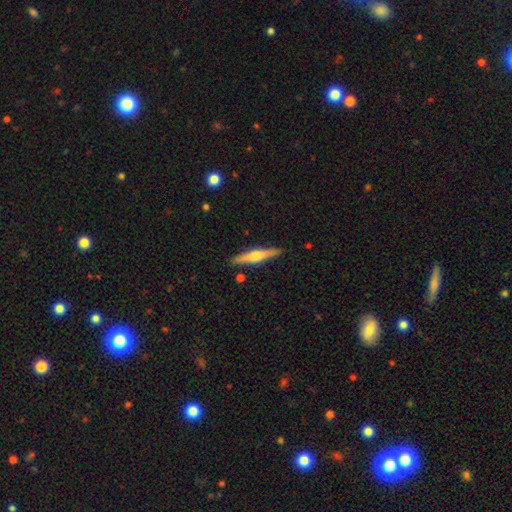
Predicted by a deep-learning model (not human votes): Smooth or featured? Predicted: featured or disk (p=0.59). Edge-on disk? Predicted: yes (p=0.97). Edge-on bulge? Predicted: rounded (p=0.85). Merging? Predicted: none (p=0.89).